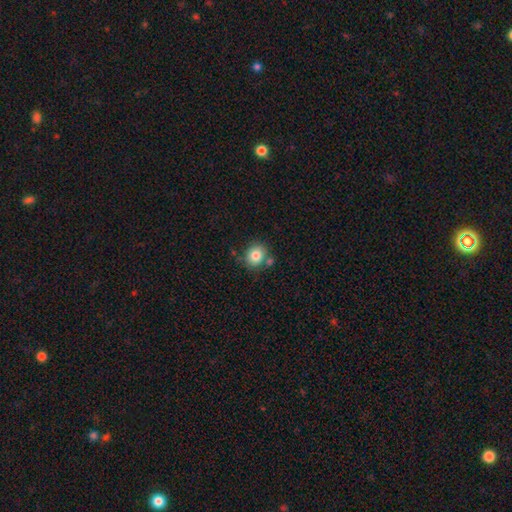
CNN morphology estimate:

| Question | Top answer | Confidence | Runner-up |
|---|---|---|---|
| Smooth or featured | smooth | 82% | star or artifact (10%) |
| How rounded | round | 75% | in between (24%) |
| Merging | none | 70% | minor disturbance (14%) |